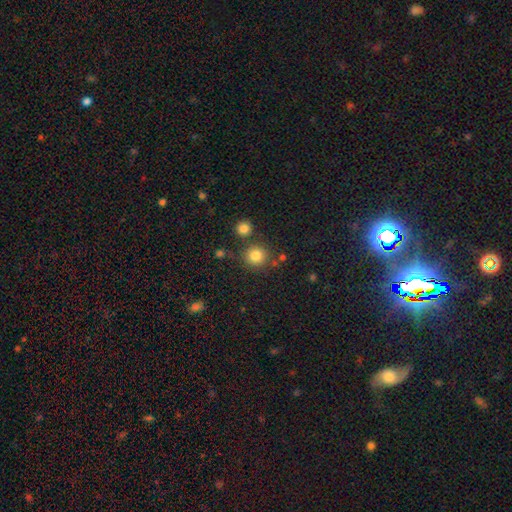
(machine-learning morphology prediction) type=smooth (82%); roundness=round (91%); merging=none (78%).